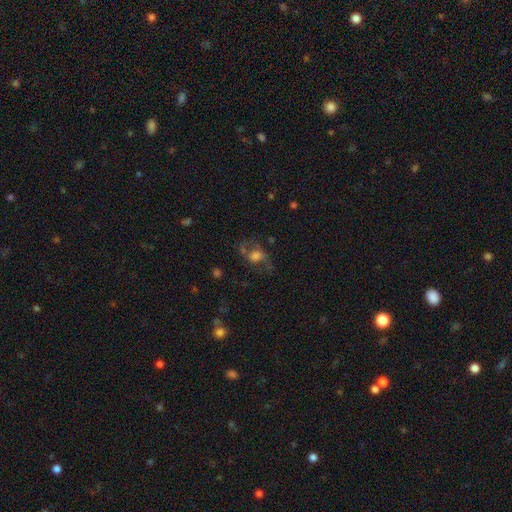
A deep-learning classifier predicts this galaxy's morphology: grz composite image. It shows a smooth galaxy with no disk features (44%). Merging: none (49%).